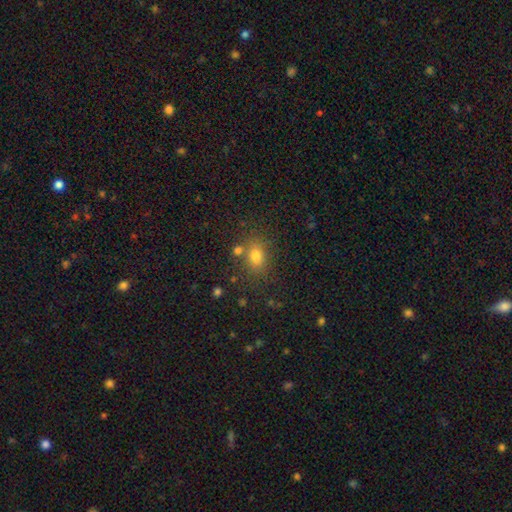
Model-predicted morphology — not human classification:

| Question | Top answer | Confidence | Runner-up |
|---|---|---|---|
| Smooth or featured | smooth | 75% | star or artifact (15%) |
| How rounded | in between | 62% | round (36%) |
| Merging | none | 72% | minor disturbance (13%) |